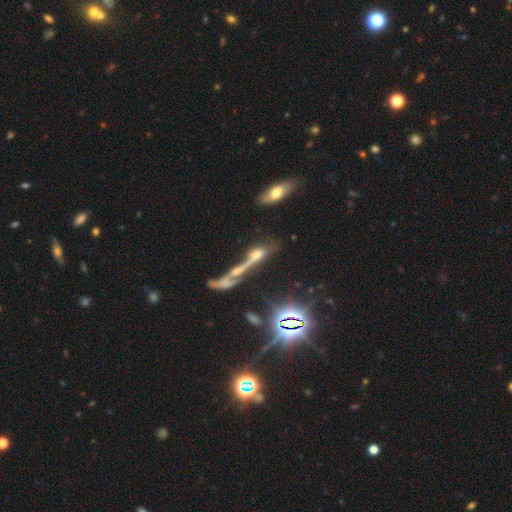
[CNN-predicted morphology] The model was most divided on "smooth or featured": featured or disk: 43%, smooth: 30%, star or artifact: 27%. More confident: merging — merger (57%).